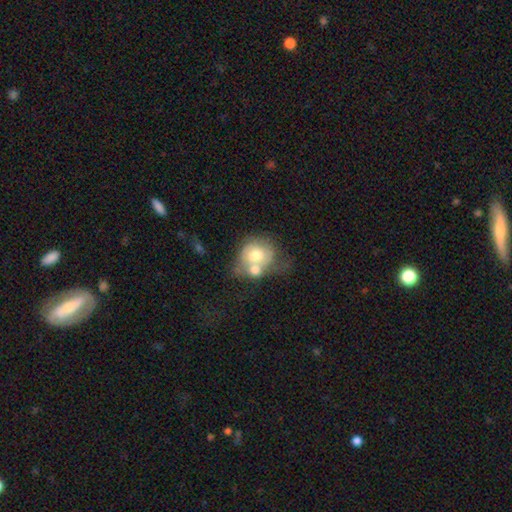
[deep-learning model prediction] smooth 50%, featured or disk 43%, star or artifact 7%. Down the decision tree: merging — merger (59%).